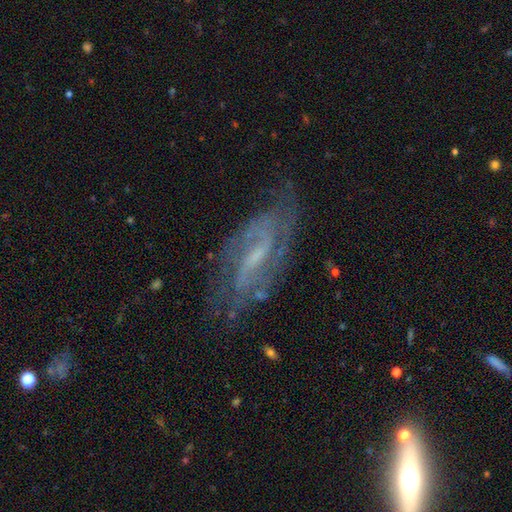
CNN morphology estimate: Q: Smooth or featured?
A: featured or disk (81%); runner-up: smooth (10%)
Q: Edge-on disk?
A: no (90%); runner-up: yes (10%)
Q: Bar?
A: weak (53%); runner-up: strong (24%)
Q: Spiral arms?
A: yes (92%); runner-up: no (8%)
Q: Spiral winding?
A: medium (46%); runner-up: tight (33%)
Q: Spiral arm count?
A: 2 (59%); runner-up: can't tell (24%)
Q: Bulge size?
A: small (52%); runner-up: moderate (25%)
Q: Merging?
A: none (71%); runner-up: minor disturbance (18%)